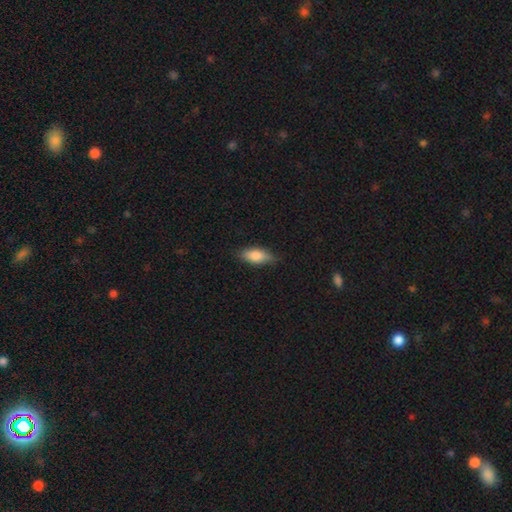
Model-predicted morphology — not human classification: This is likely a smooth galaxy (80%). How rounded: likely in between (79%). Merging: clearly none (81%).